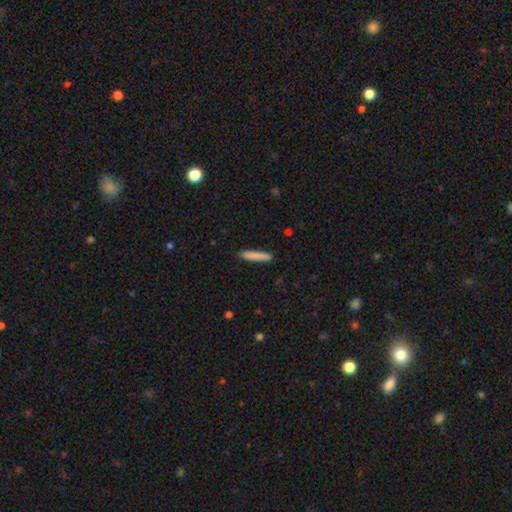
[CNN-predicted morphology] This is clearly a smooth galaxy (85%). How rounded: clearly cigar-shaped (92%). Merging: clearly none (89%).